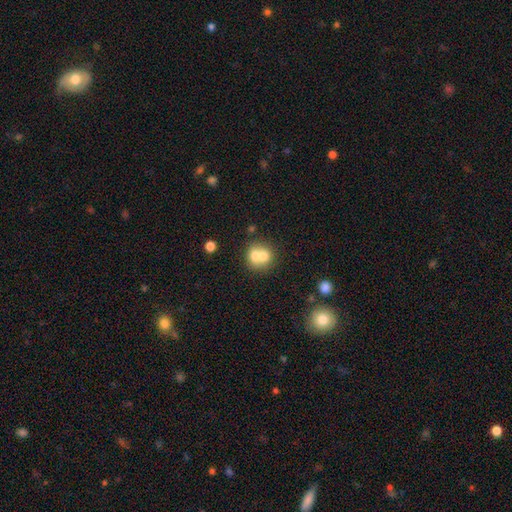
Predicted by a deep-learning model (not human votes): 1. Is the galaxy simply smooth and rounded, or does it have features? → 68% smooth, 22% featured or disk, 10% star or artifact.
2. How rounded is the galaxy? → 78% round, 22% in between, 1% cigar-shaped.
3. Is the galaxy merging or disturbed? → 64% merger, 28% none, 5% minor disturbance, 3% major disturbance.